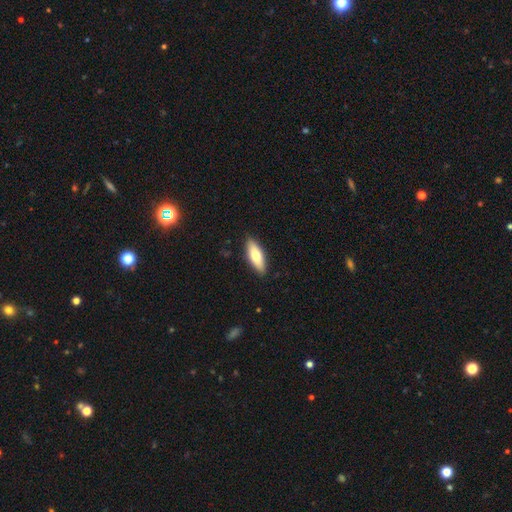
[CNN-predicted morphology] smooth-or-featured: smooth: 69% | featured or disk: 25% | star or artifact: 6%
  how-rounded: in between: 61% | cigar-shaped: 36% | round: 2%
  merging: none: 89% | minor disturbance: 8% | major disturbance: 2% | merger: 1%